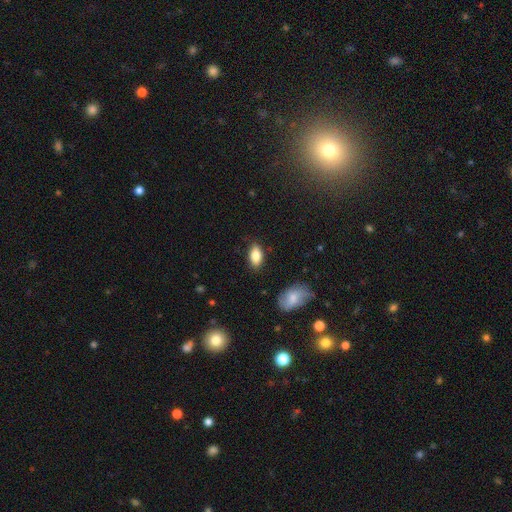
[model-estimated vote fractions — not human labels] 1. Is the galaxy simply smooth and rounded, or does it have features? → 85% smooth, 8% featured or disk, 7% star or artifact.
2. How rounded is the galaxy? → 92% in between, 4% round, 4% cigar-shaped.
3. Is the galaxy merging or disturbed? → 83% none, 13% minor disturbance, 3% major disturbance, 2% merger.